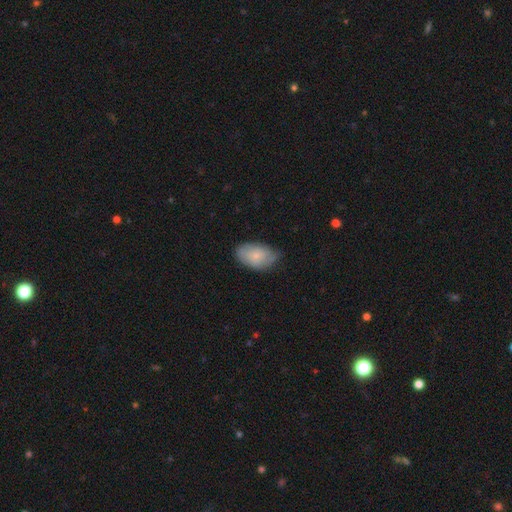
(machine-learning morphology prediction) Smooth or featured? Predicted: smooth (p=0.72). How rounded? Predicted: in between (p=0.92). Merging? Predicted: none (p=0.65).